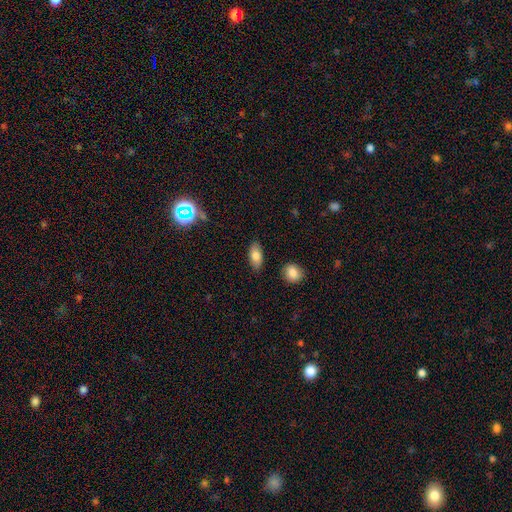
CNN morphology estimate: A smooth galaxy with no disk features (80%) that is in between round and cigar-shaped (89%).

Vote fractions:
- Smooth or featured? smooth: 80% / featured or disk: 11% / star or artifact: 9%
- How rounded? in between: 89% / cigar-shaped: 7% / round: 4%
- Merging? none: 85% / minor disturbance: 10% / merger: 2% / major disturbance: 2%